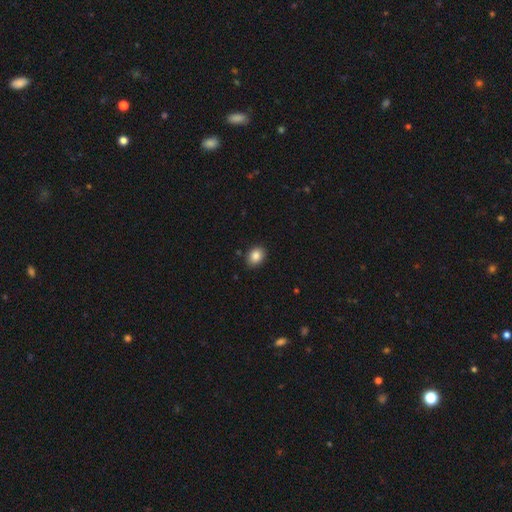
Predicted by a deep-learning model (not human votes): A smooth galaxy with no disk features (87%) that is in between round and cigar-shaped (62%).

Vote fractions:
- Smooth or featured? smooth: 87% / star or artifact: 9% / featured or disk: 5%
- How rounded? in between: 62% / round: 37% / cigar-shaped: 1%
- Merging? none: 88% / minor disturbance: 9% / major disturbance: 2% / merger: 1%